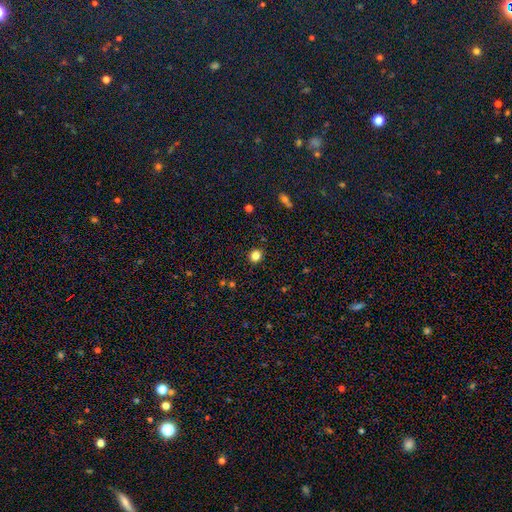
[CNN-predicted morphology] A smooth galaxy with no disk features (83%) that is round (74%). Merging: none (90%).